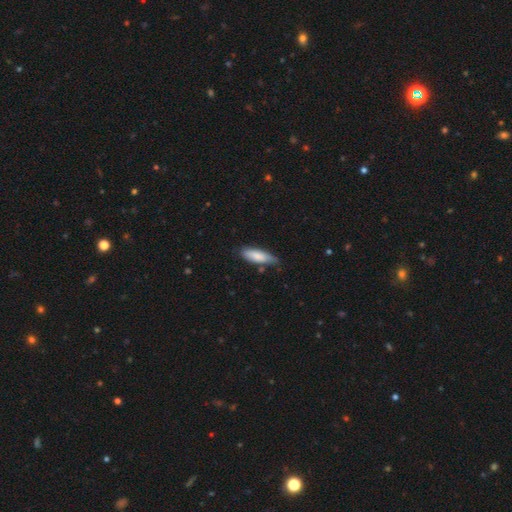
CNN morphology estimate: Smooth or featured? smooth (82%)
How rounded? in between (54%)
Merging? none (69%)